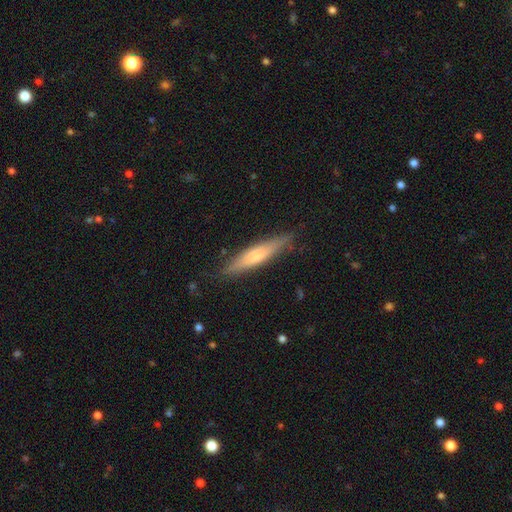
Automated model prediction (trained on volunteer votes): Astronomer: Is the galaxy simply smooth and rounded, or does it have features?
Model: smooth — 54% (runner-up: featured or disk, 40%).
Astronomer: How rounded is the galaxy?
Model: cigar-shaped — 86%.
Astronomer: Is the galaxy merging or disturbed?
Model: none — 85%.